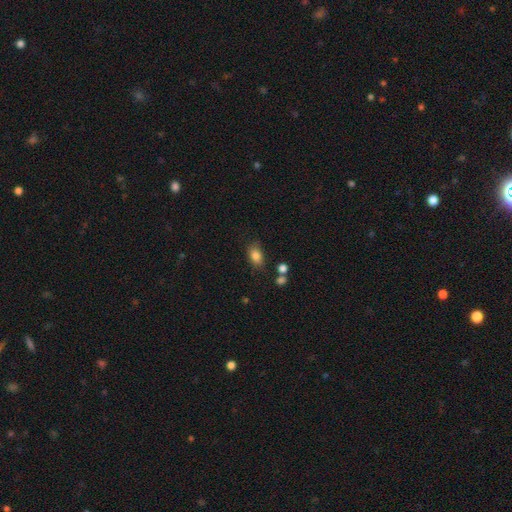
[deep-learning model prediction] Smooth or featured? smooth (84%)
How rounded? in between (82%)
Merging? none (73%)